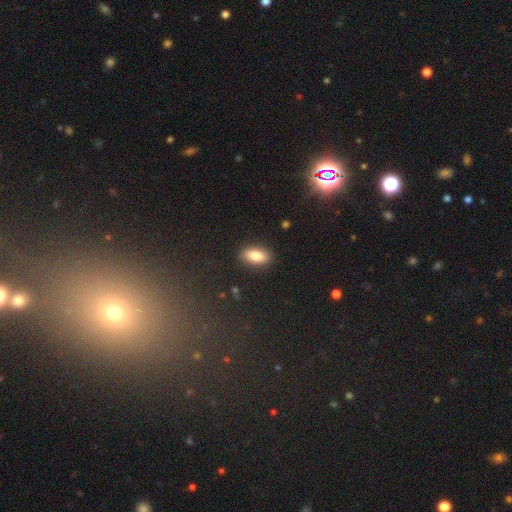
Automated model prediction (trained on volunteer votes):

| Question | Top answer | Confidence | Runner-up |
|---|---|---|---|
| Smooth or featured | smooth | 84% | featured or disk (9%) |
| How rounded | in between | 89% | cigar-shaped (7%) |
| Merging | none | 88% | minor disturbance (8%) |